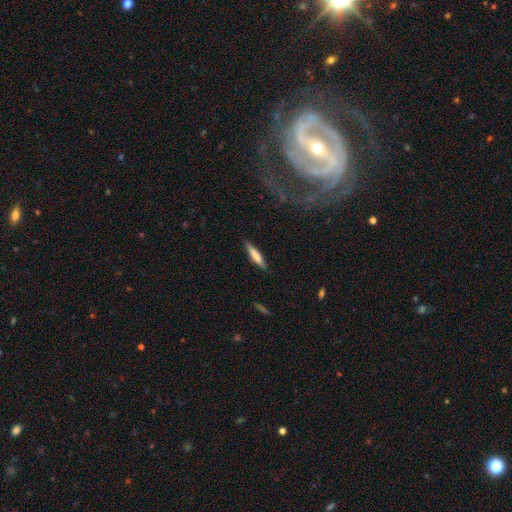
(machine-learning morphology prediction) smooth_or_featured: smooth (p=0.72) [alt: featured or disk p=0.22]
how_rounded: cigar-shaped (p=0.87) [alt: in between p=0.11]
merging: none (p=0.88) [alt: minor disturbance p=0.09]